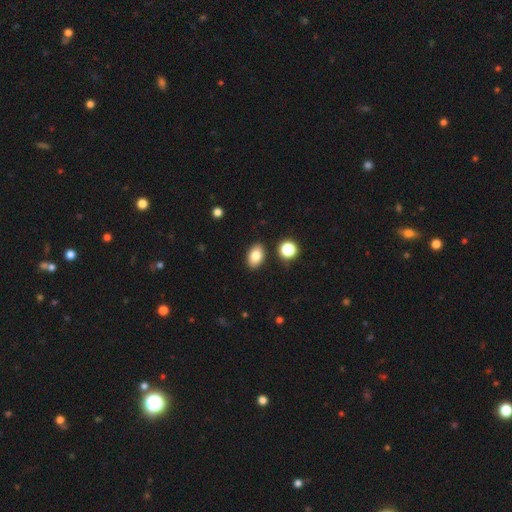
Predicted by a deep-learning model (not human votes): smooth-or-featured: smooth: 82% | star or artifact: 9% | featured or disk: 9%
  how-rounded: in between: 88% | round: 11% | cigar-shaped: 1%
  merging: none: 86% | minor disturbance: 8% | merger: 3% | major disturbance: 2%